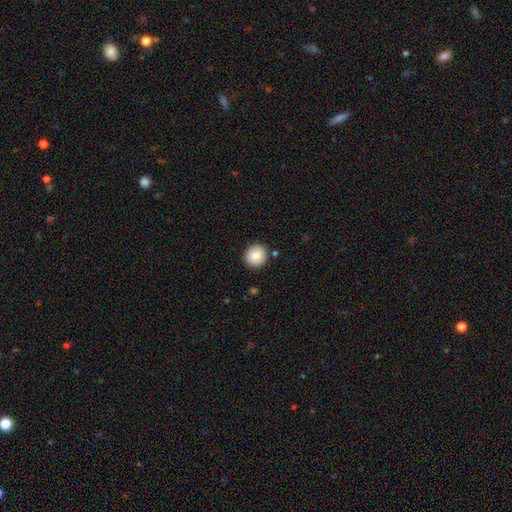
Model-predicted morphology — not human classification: Overall: smooth (83%). How rounded: round (94%). Merging: none (89%).